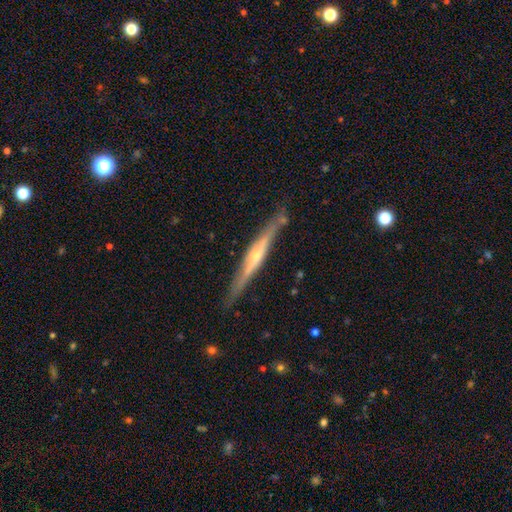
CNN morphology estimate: smooth_or_featured: featured or disk (p=0.78) [alt: smooth p=0.16]
disk_edge_on: yes (p=0.96) [alt: no p=0.04]
edge_on_bulge: rounded (p=0.80) [alt: none p=0.14]
merging: none (p=0.84) [alt: minor disturbance p=0.12]